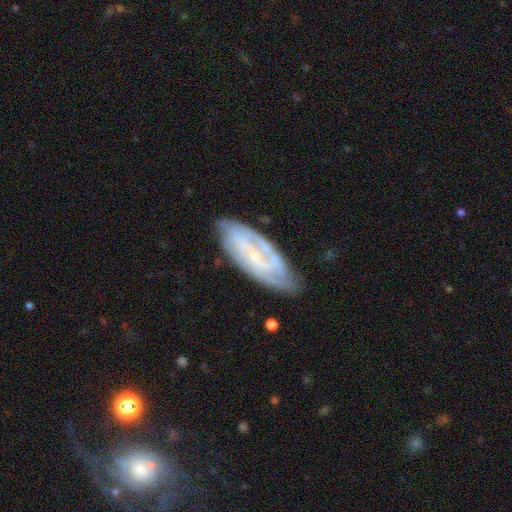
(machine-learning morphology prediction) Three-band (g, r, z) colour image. It shows a featured or disk galaxy (78%) with a weak bar (41%), 2 (49%) tight (52%) spiral arms (90%) and a small central bulge (77%). Merging: none (73%).